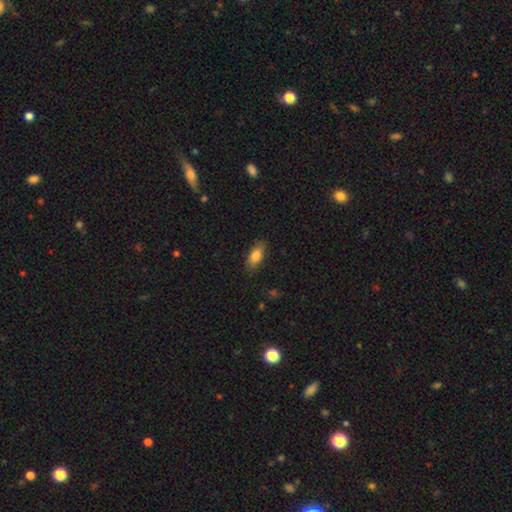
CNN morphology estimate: Overall: smooth (82%). How rounded: in between (85%). Merging: none (82%).